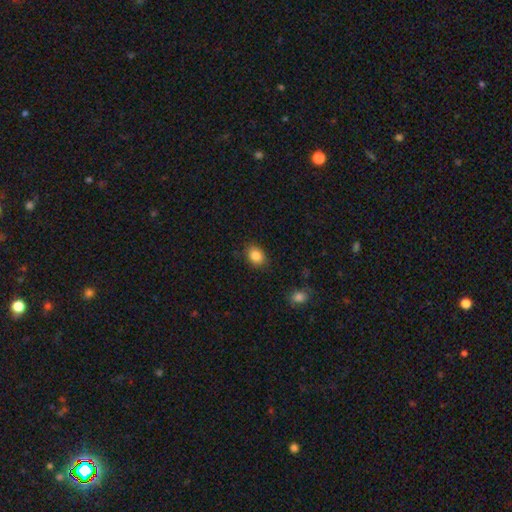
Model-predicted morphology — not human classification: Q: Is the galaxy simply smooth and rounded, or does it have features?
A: smooth — 85%.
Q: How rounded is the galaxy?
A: in between — 66%.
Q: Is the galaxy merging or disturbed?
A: none — 84%.